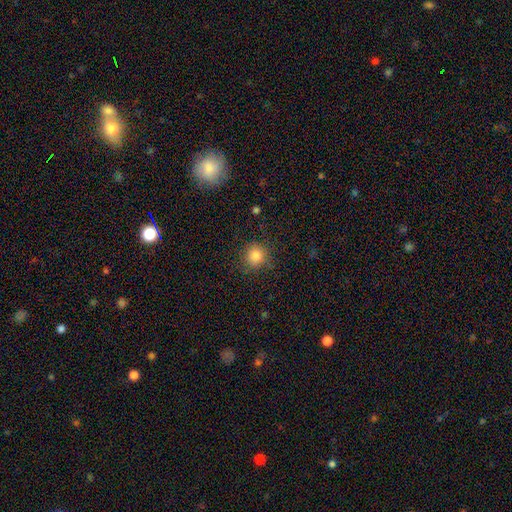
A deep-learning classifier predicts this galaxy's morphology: Smooth or featured?
  - smooth: 84% *
  - star or artifact: 11%
  - featured or disk: 5%
How rounded?
  - round: 90% *
  - in between: 9%
  - cigar-shaped: 1%
Merging?
  - none: 85% *
  - minor disturbance: 10%
  - major disturbance: 3%
  - merger: 1%